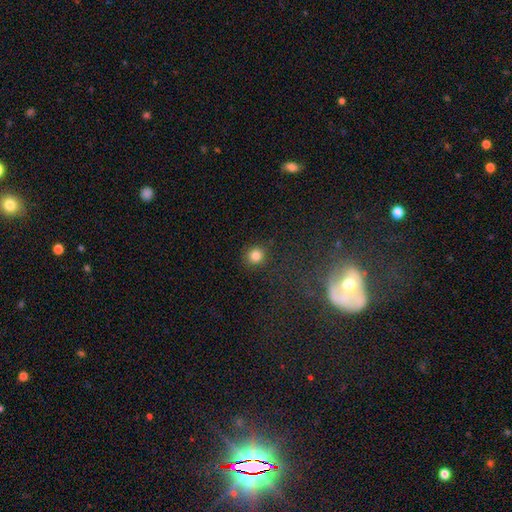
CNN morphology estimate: The model was most divided on "smooth or featured": smooth: 82%, star or artifact: 13%, featured or disk: 5%. More confident: how rounded — round (91%); merging — none (87%).